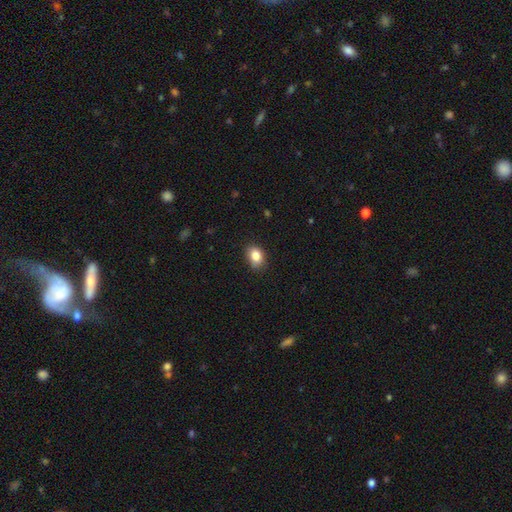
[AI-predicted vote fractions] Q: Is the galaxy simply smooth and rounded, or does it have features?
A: smooth — 84%.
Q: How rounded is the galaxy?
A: in between — 70%.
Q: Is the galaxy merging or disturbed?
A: none — 82%.